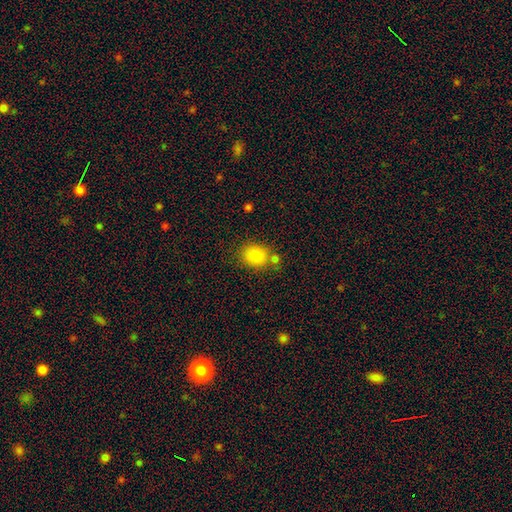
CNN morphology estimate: A smooth galaxy with no disk features (83%) that is round (69%). Merging: none (72%).